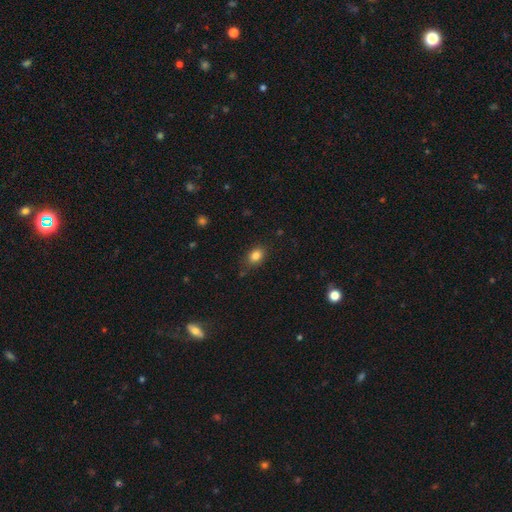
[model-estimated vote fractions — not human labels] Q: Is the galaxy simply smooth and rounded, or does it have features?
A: smooth — 84%.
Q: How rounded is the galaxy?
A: in between — 68%.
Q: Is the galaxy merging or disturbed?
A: none — 82%.